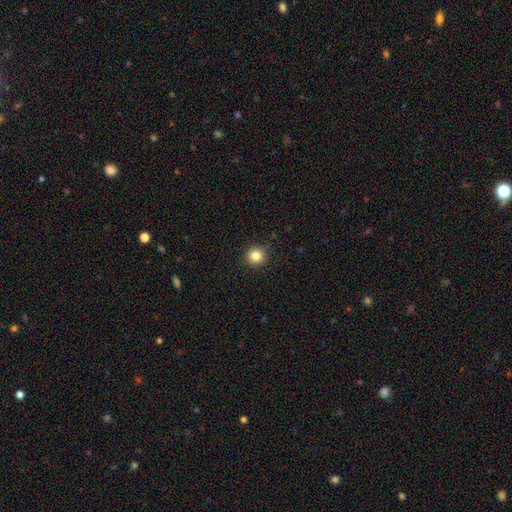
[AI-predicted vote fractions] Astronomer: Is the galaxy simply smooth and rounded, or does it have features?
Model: smooth — 83%.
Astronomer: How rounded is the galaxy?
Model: round — 94%.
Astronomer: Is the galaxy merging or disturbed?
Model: none — 92%.